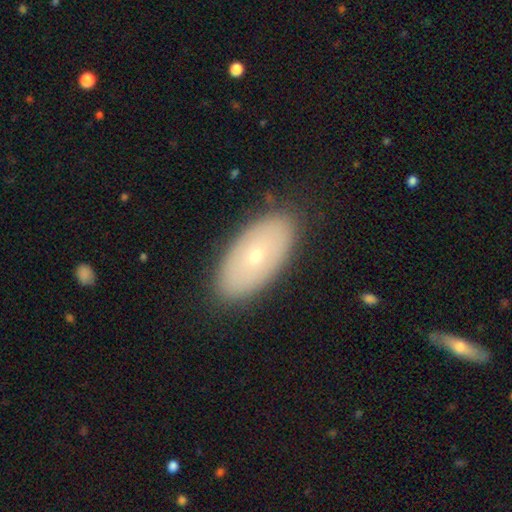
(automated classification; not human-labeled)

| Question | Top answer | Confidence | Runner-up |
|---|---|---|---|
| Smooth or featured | smooth | 58% | featured or disk (34%) |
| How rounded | in between | 92% | cigar-shaped (4%) |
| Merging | none | 87% | minor disturbance (10%) |